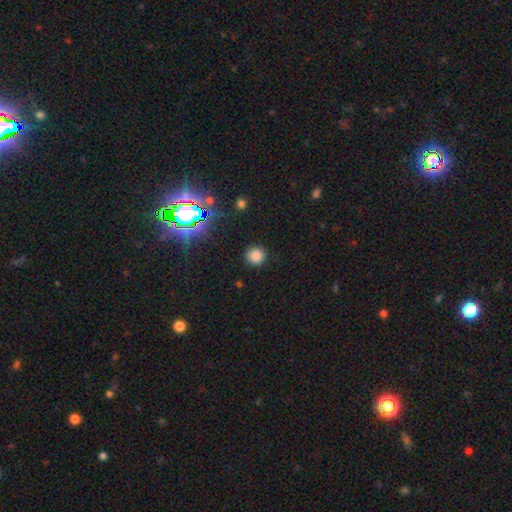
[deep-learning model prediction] Overall: smooth (79%). How rounded: round (93%). Merging: none (90%).